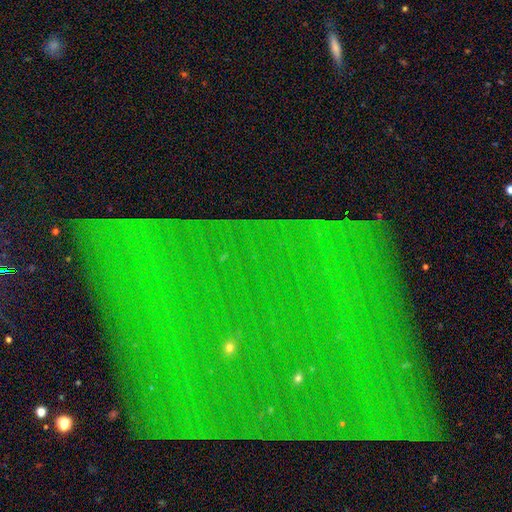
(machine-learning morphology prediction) The model was most divided on "smooth or featured": star or artifact: 82%, featured or disk: 10%, smooth: 8%.